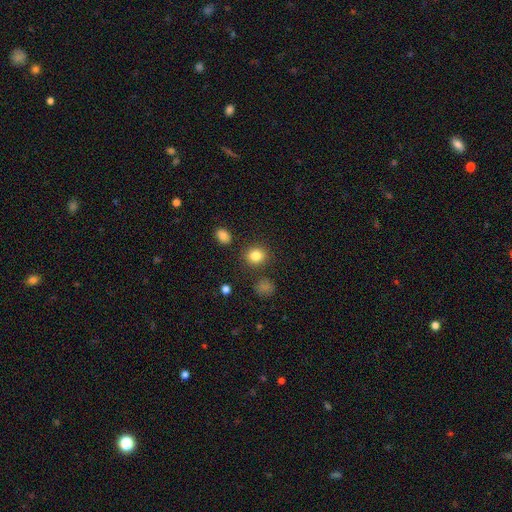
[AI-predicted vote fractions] Q: Smooth or featured?
A: smooth (84%); runner-up: star or artifact (11%)
Q: How rounded?
A: round (78%); runner-up: in between (21%)
Q: Merging?
A: none (85%); runner-up: minor disturbance (8%)